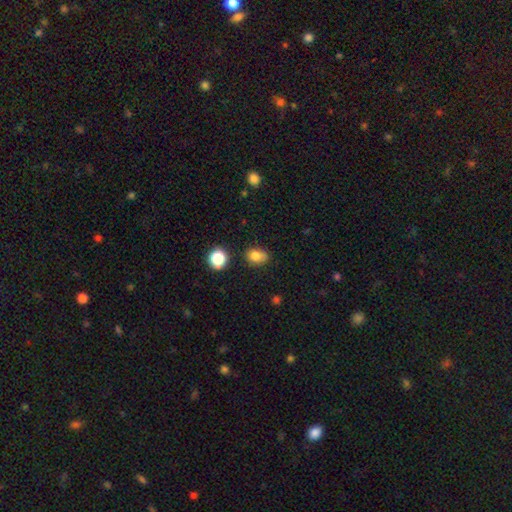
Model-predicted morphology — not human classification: Smooth or featured? smooth (80%)
How rounded? in between (59%)
Merging? none (64%)